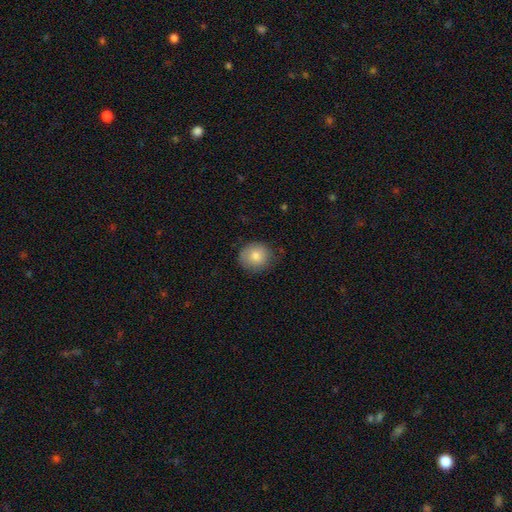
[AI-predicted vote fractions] smooth-or-featured: smooth: 80% | featured or disk: 11% | star or artifact: 9%
  how-rounded: round: 81% | in between: 18% | cigar-shaped: 1%
  merging: none: 80% | minor disturbance: 16% | major disturbance: 3% | merger: 1%